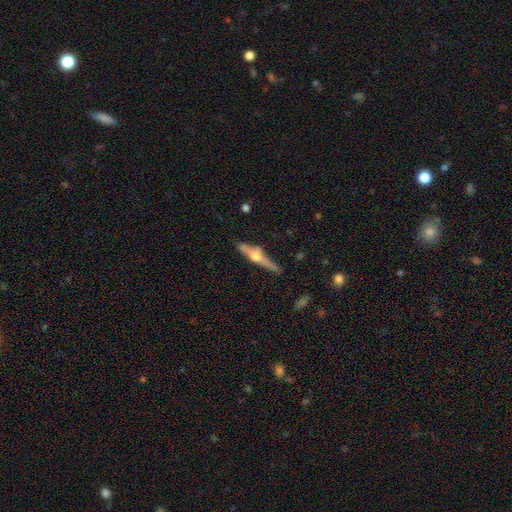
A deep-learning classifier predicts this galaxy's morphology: The model was most divided on "smooth or featured": featured or disk: 70%, smooth: 24%, star or artifact: 6%. More confident: edge-on disk — yes (96%); edge-on bulge — rounded (94%); merging — none (78%).